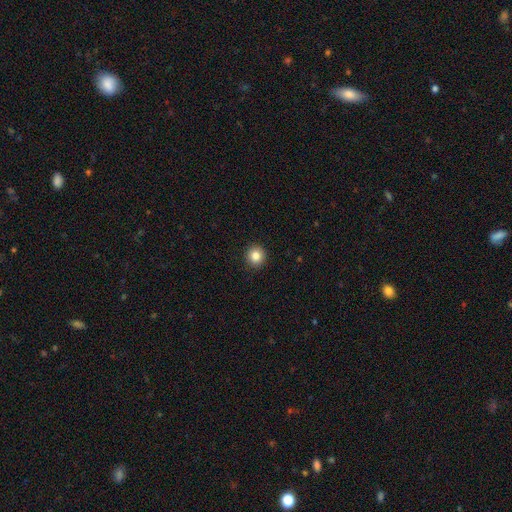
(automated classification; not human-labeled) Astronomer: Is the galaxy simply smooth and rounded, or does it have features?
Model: smooth — 84%.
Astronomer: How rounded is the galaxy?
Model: round — 93%.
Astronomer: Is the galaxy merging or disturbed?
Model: none — 93%.